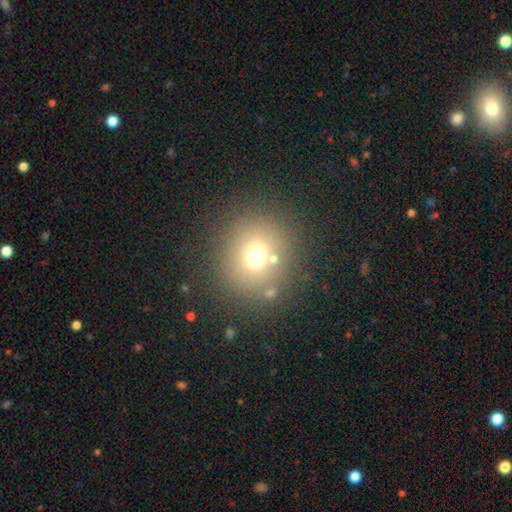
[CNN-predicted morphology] The model was most divided on "smooth or featured": smooth: 68%, star or artifact: 19%, featured or disk: 12%. More confident: how rounded — round (89%); merging — none (81%).